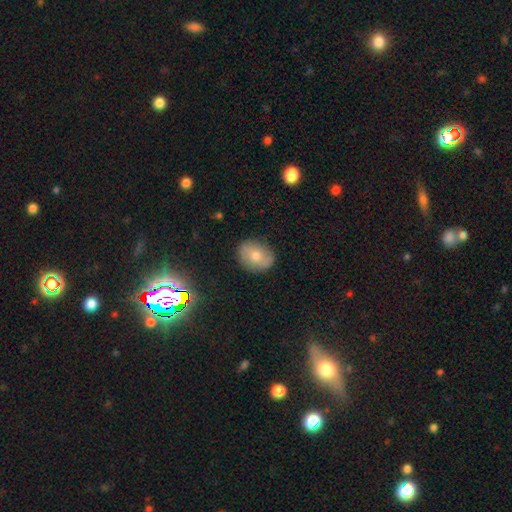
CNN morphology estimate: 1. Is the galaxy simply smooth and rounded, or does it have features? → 62% smooth, 23% featured or disk, 15% star or artifact.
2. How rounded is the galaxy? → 53% in between, 45% round, 1% cigar-shaped.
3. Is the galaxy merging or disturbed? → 83% none, 13% minor disturbance, 3% major disturbance, 1% merger.